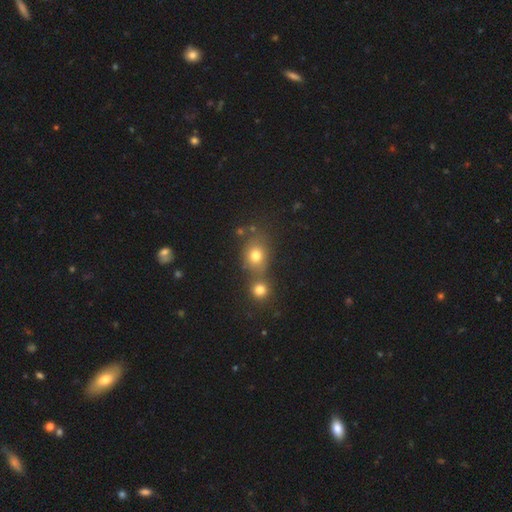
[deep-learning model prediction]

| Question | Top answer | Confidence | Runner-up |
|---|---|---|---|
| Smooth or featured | smooth | 74% | star or artifact (16%) |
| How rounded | round | 64% | in between (34%) |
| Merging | none | 48% | merger (38%) |